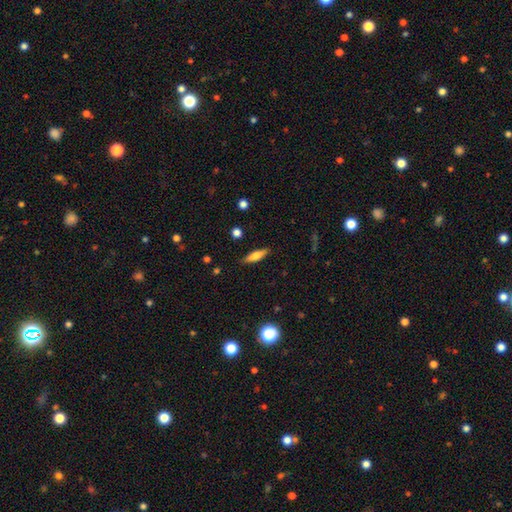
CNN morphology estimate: Smooth or featured?
  - smooth: 62% *
  - featured or disk: 31%
  - star or artifact: 7%
How rounded?
  - cigar-shaped: 59% *
  - in between: 38%
  - round: 2%
Merging?
  - none: 87% *
  - minor disturbance: 10%
  - major disturbance: 2%
  - merger: 1%